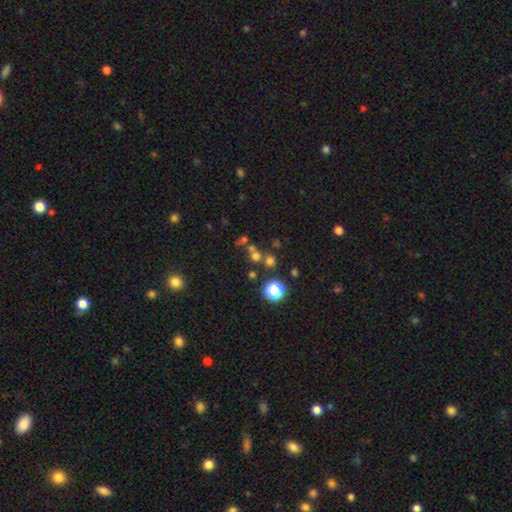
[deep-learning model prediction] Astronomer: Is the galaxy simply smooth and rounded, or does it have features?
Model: smooth — 56% (runner-up: star or artifact, 33%).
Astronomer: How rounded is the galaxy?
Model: round — 89%.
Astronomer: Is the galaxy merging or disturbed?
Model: none — 60%.